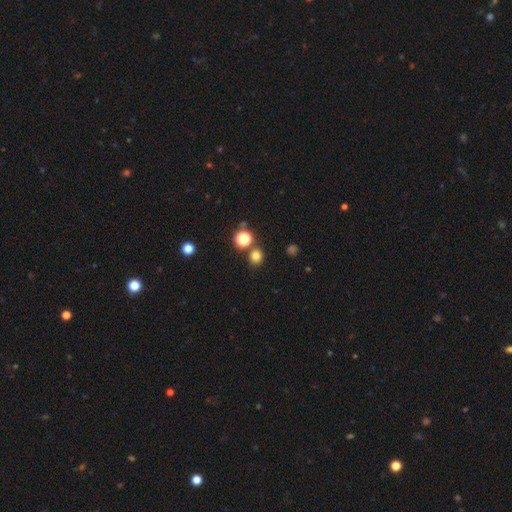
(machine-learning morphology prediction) smooth-or-featured: smooth: 76% | star or artifact: 18% | featured or disk: 5%
  how-rounded: round: 83% | in between: 16% | cigar-shaped: 1%
  merging: none: 80% | merger: 10% | minor disturbance: 7% | major disturbance: 3%